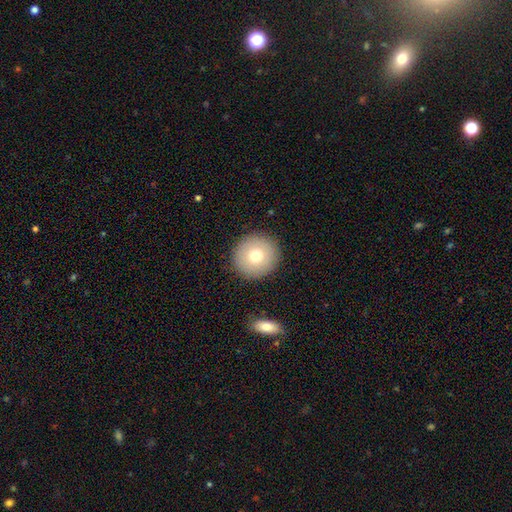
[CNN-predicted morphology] Q: Smooth or featured?
A: smooth (74%); runner-up: featured or disk (16%)
Q: How rounded?
A: round (95%); runner-up: in between (4%)
Q: Merging?
A: none (91%); runner-up: minor disturbance (6%)